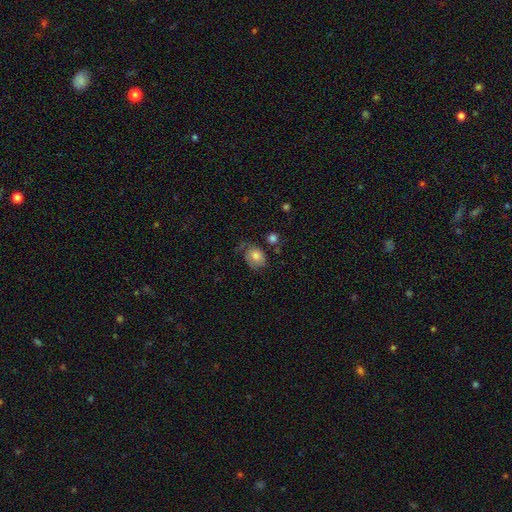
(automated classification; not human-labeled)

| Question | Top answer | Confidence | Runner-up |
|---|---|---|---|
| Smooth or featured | smooth | 68% | featured or disk (23%) |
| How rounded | in between | 55% | round (44%) |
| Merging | none | 45% | minor disturbance (29%) |